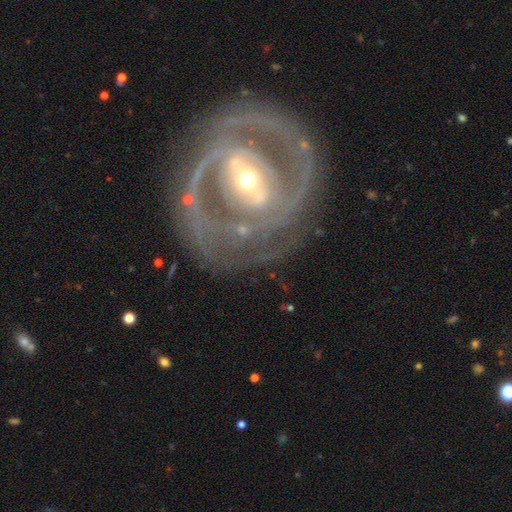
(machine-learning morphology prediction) Smooth or featured: featured or disk — 86% (smooth — 8%)
Edge-on disk: no — 96% (yes — 4%)
Bar: strong — 45% (weak — 32%)
Spiral arms: yes — 83% (no — 17%)
Spiral winding: tight — 57% (medium — 33%)
Spiral arm count: 2 — 58% (can't tell — 20%)
Bulge size: small — 47% (moderate — 45%)
Merging: none — 72% (minor disturbance — 14%)